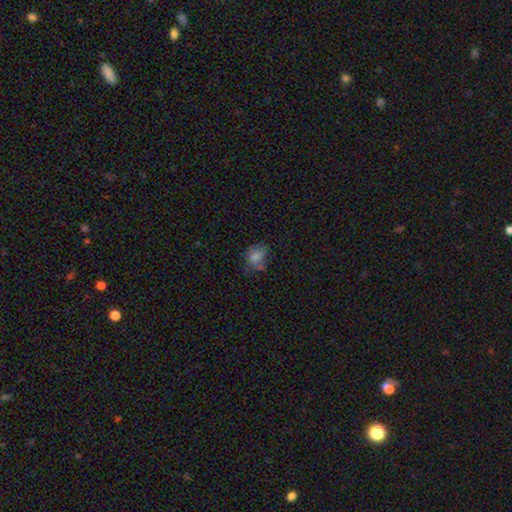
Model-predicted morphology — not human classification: smooth 69%, star or artifact 16%, featured or disk 14%. Down the decision tree: how rounded — in between (60%); merging — none (53%).